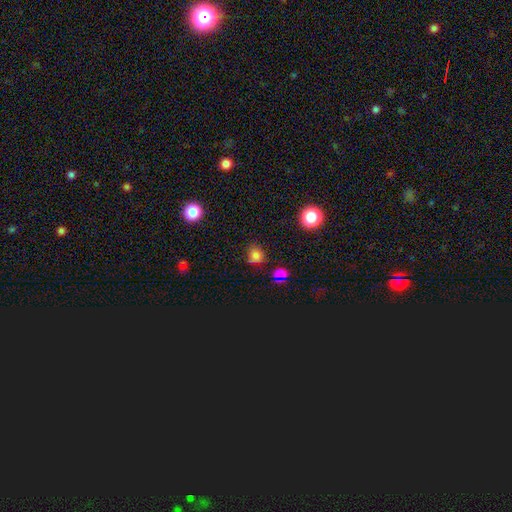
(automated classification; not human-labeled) This is likely a smooth galaxy (71%). How rounded: likely round (75%). Merging: likely none (66%).